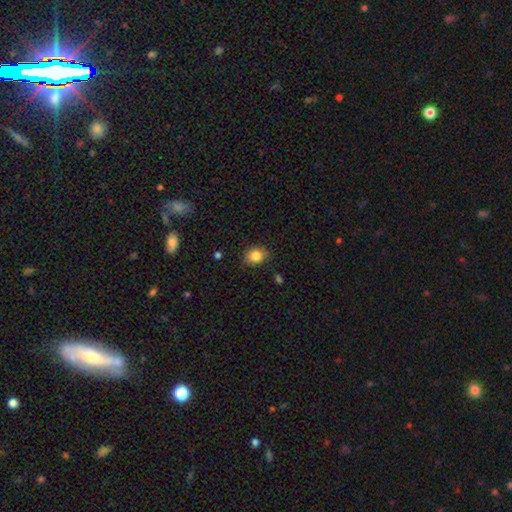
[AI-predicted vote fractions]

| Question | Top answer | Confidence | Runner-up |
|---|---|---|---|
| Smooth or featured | smooth | 84% | star or artifact (10%) |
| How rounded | round | 56% | in between (43%) |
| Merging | none | 79% | minor disturbance (17%) |